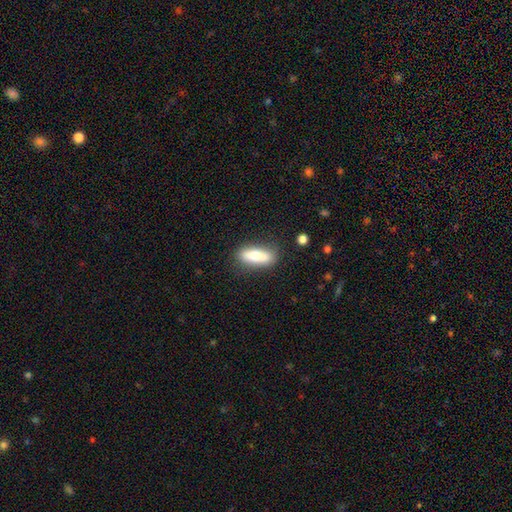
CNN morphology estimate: smooth-or-featured: smooth: 75% | featured or disk: 19% | star or artifact: 6%
  how-rounded: in between: 64% | cigar-shaped: 34% | round: 3%
  merging: none: 82% | minor disturbance: 13% | major disturbance: 3% | merger: 2%